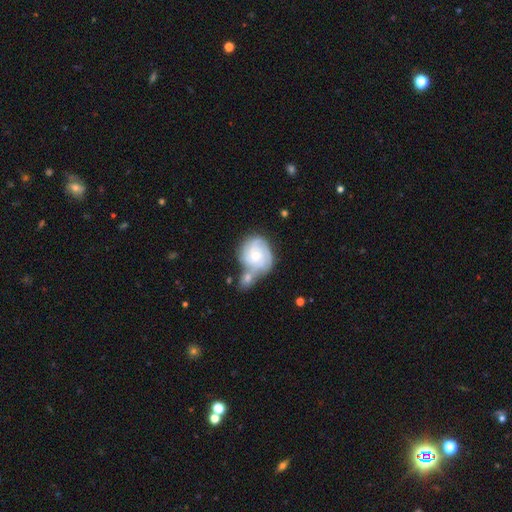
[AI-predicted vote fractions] This is likely a featured or disk galaxy (71%). It is clearly not viewed edge-on (97%). Bar: likely no (72%). Spiral arm pattern: clearly yes (92%). Spiral arm count: marginally can't tell (32%). Spiral winding: likely tight (63%). Central bulge: possibly moderate (47%). Merging: marginally merger (43%).